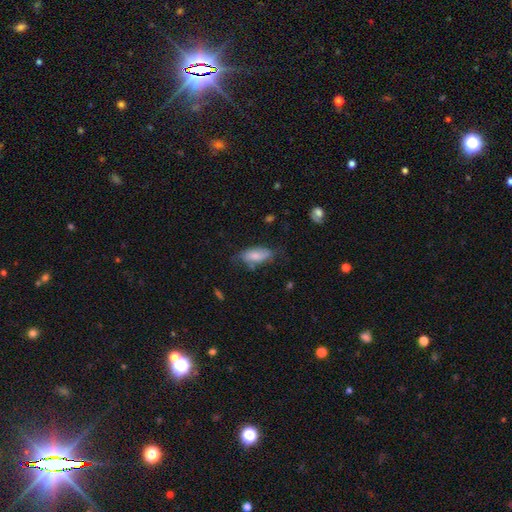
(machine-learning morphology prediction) Smooth or featured? Predicted: smooth (p=0.75). How rounded? Predicted: in between (p=0.86). Merging? Predicted: none (p=0.55).